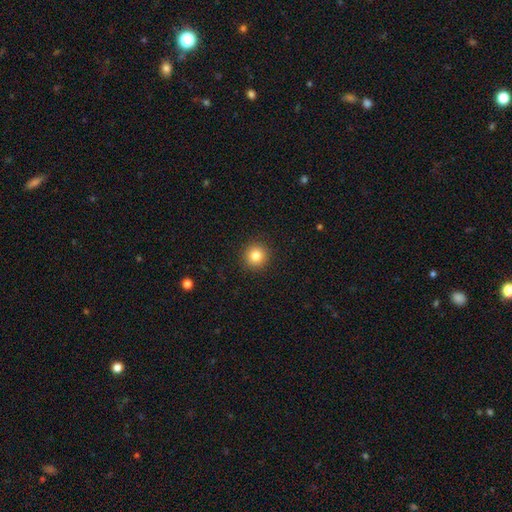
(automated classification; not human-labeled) smooth 83%, star or artifact 11%, featured or disk 6%. Down the decision tree: how rounded — round (94%); merging — none (92%).